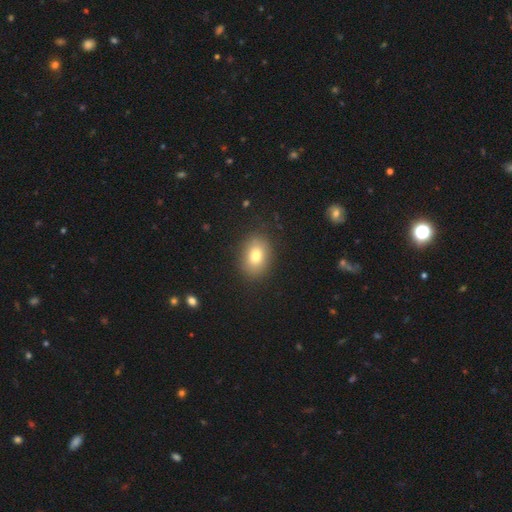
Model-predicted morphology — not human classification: A smooth galaxy with no disk features (79%) that is in between round and cigar-shaped (66%).

Vote fractions:
- Smooth or featured? smooth: 79% / featured or disk: 11% / star or artifact: 10%
- How rounded? in between: 66% / round: 33% / cigar-shaped: 1%
- Merging? none: 87% / minor disturbance: 9% / major disturbance: 3% / merger: 1%